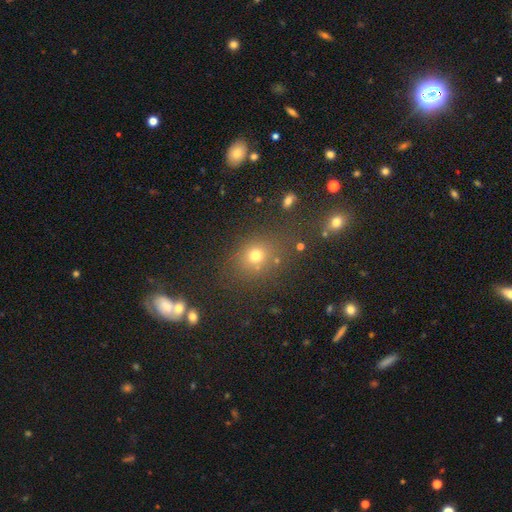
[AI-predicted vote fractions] smooth 69%, star or artifact 22%, featured or disk 10%. Down the decision tree: how rounded — round (66%); merging — none (73%).